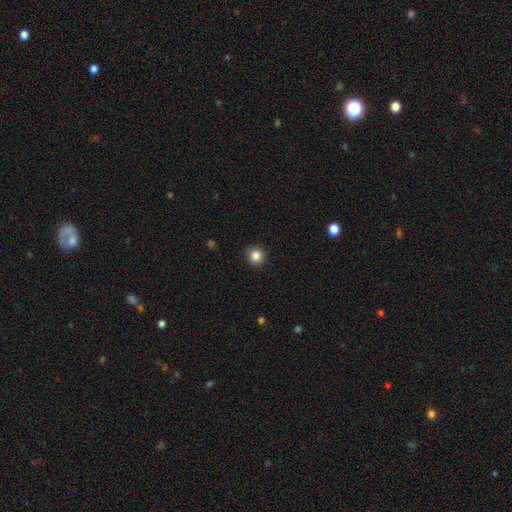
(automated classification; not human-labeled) Overall: smooth (85%). How rounded: round (94%). Merging: none (91%).